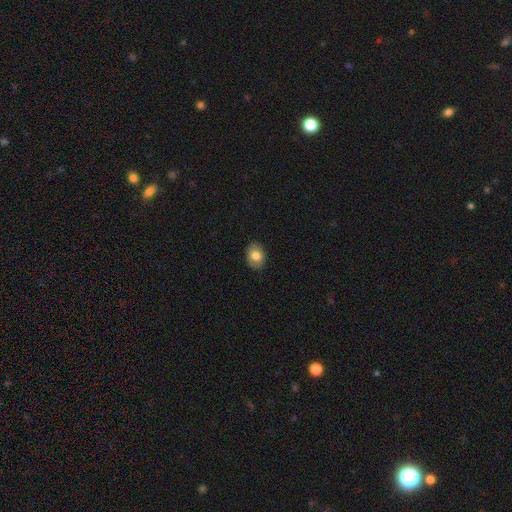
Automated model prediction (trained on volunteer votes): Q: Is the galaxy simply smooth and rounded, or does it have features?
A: smooth — 77%.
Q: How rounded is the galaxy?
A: in between — 67%.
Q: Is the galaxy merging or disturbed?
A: none — 87%.